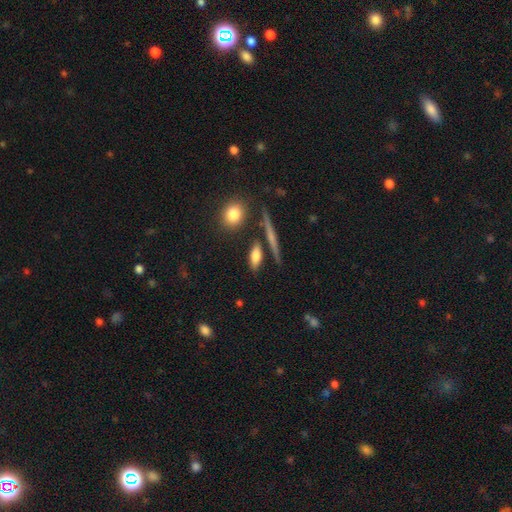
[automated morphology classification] Smooth or featured: smooth — 74% (featured or disk — 17%)
How rounded: in between — 59% (cigar-shaped — 33%)
Merging: none — 75% (minor disturbance — 12%)